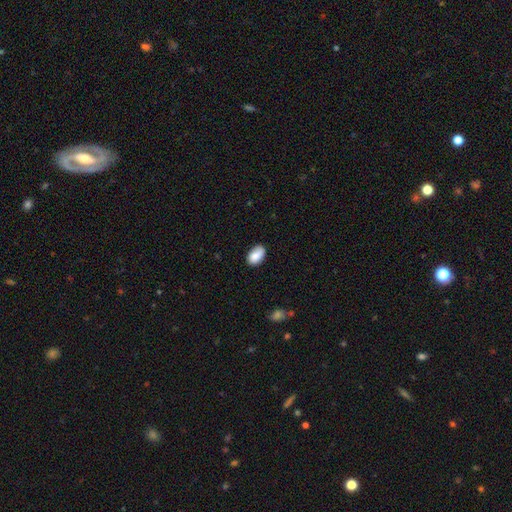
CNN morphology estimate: smooth 83%, featured or disk 10%, star or artifact 7%. Down the decision tree: how rounded — in between (91%); merging — none (72%).